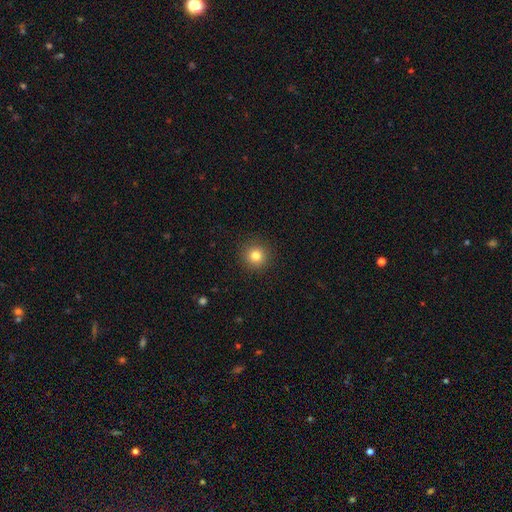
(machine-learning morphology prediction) This appears to be a smooth galaxy with no disk features (81%) that is round (95%). Merging: none (92%).